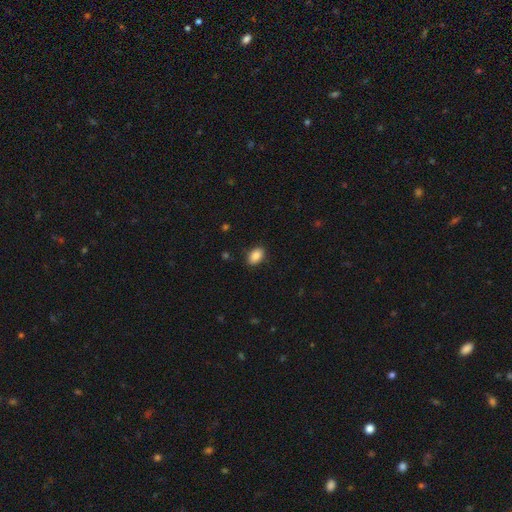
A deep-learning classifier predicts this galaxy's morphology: The model was most divided on "how rounded": in between: 88%, round: 11%, cigar-shaped: 1%. More confident: smooth or featured — smooth (88%); merging — none (88%).